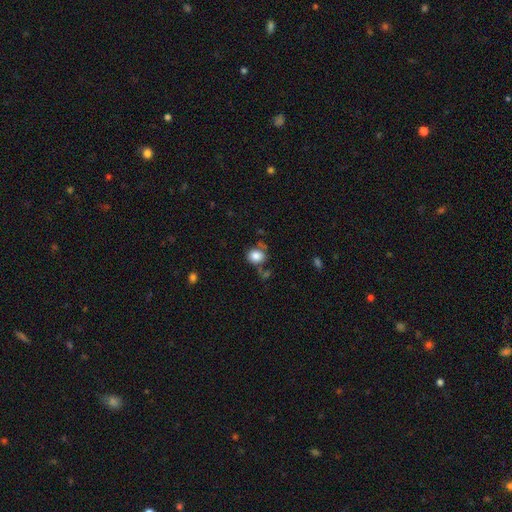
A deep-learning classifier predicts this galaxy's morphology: Q: Smooth or featured?
A: smooth (83%); runner-up: star or artifact (10%)
Q: How rounded?
A: round (72%); runner-up: in between (27%)
Q: Merging?
A: none (63%); runner-up: minor disturbance (19%)